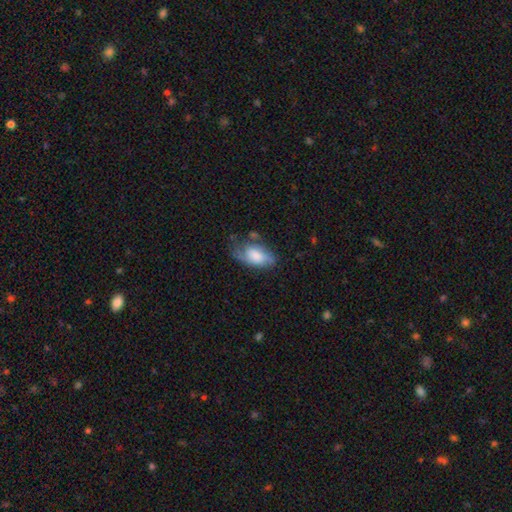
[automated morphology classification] Overall: smooth (53%; featured or disk 39%). How rounded: in between (90%). Merging: none (41%; minor disturbance 33%).